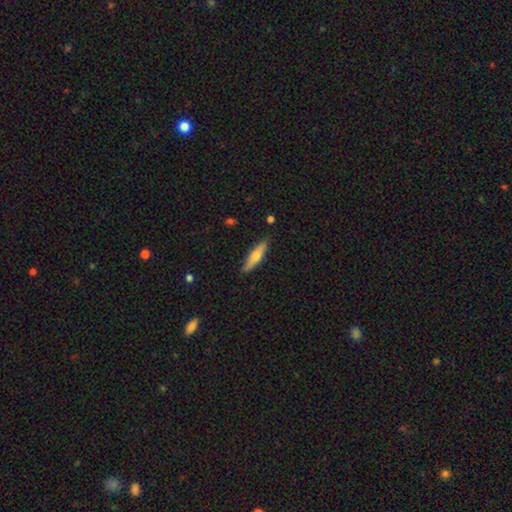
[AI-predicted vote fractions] A smooth galaxy with no disk features (52%) that is cigar-shaped (74%). Merging: none (88%).